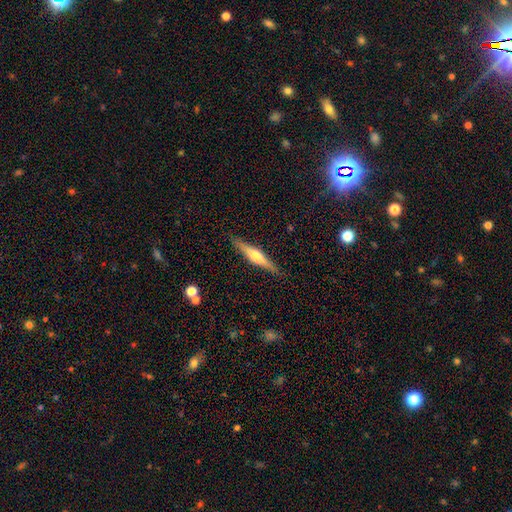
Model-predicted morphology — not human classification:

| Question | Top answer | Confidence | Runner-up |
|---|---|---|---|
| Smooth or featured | featured or disk | 63% | smooth (31%) |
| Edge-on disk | yes | 97% | no (3%) |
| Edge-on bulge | rounded | 87% | boxy (8%) |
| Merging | none | 90% | minor disturbance (8%) |